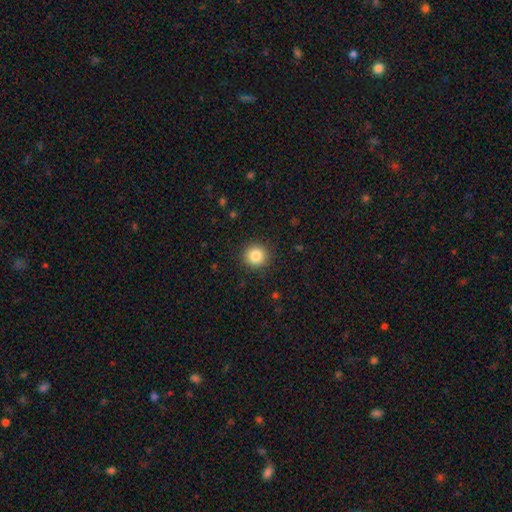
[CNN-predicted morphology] The model was most divided on "smooth or featured": smooth: 85%, star or artifact: 10%, featured or disk: 5%. More confident: how rounded — round (94%); merging — none (91%).